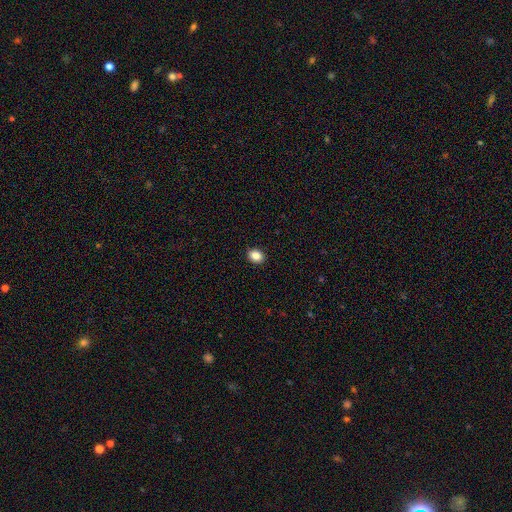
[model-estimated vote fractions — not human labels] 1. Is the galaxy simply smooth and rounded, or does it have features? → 86% smooth, 9% star or artifact, 4% featured or disk.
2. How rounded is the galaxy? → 52% in between, 47% round, 1% cigar-shaped.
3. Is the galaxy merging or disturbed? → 91% none, 6% minor disturbance, 2% major disturbance, 1% merger.